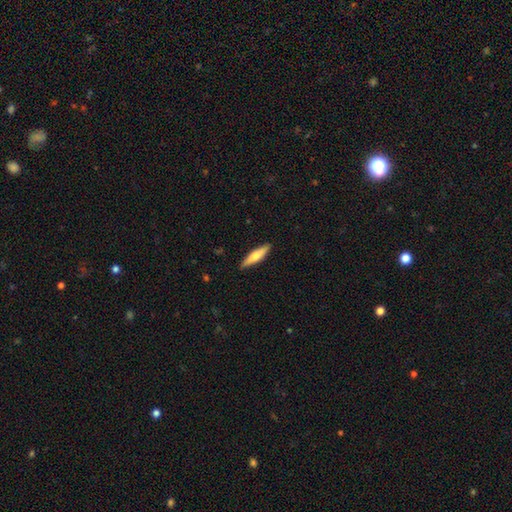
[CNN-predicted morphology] This is possibly a smooth galaxy (57%). How rounded: likely cigar-shaped (78%). Merging: clearly none (90%).